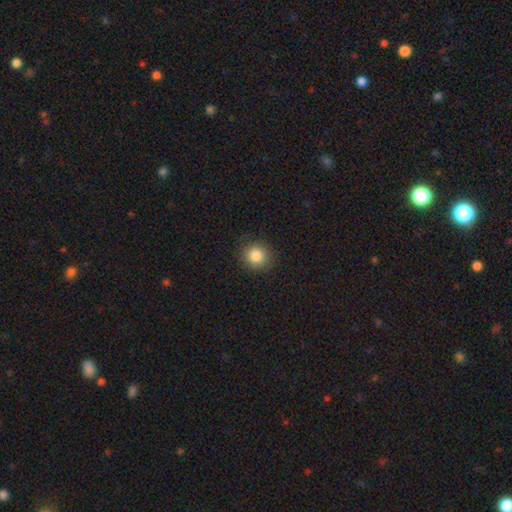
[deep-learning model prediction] Morphology: type=smooth (84%); roundness=round (91%); merging=none (89%).